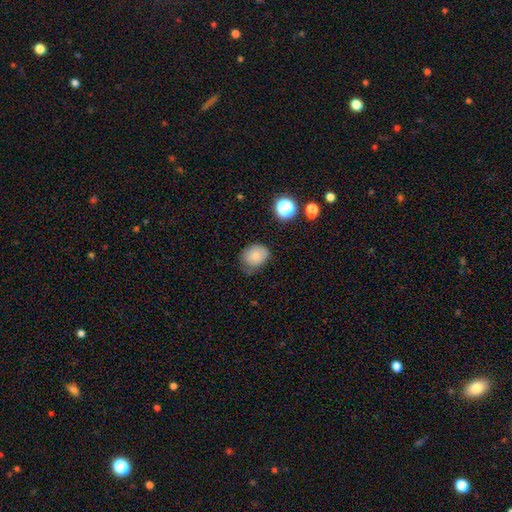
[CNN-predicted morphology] A smooth galaxy with no disk features (76%) that is round (57%). Merging: none (57%).